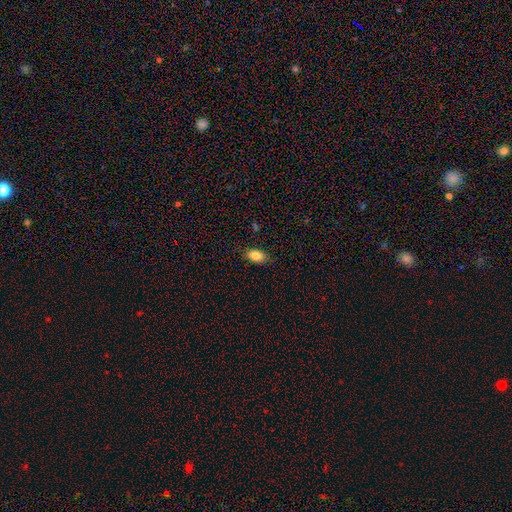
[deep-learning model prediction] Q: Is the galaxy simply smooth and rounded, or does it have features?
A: smooth — 84%.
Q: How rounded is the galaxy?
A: in between — 91%.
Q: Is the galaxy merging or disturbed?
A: none — 84%.